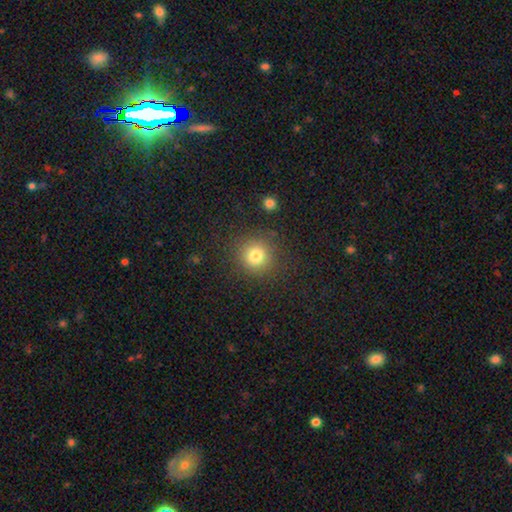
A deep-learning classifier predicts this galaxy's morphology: The model was most divided on "smooth or featured": smooth: 80%, star or artifact: 13%, featured or disk: 7%. More confident: how rounded — round (91%); merging — none (86%).